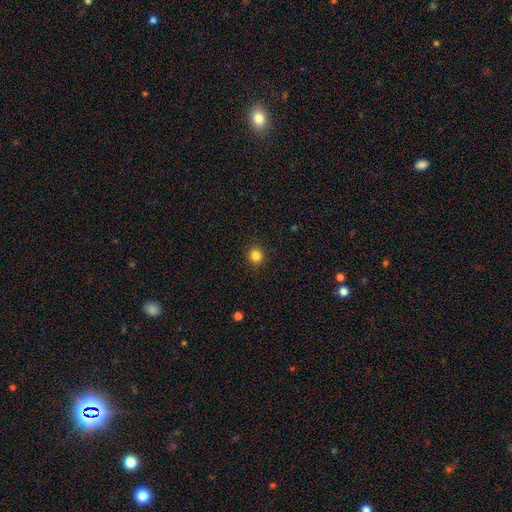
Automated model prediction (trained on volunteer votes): smooth-or-featured: smooth: 85% | star or artifact: 12% | featured or disk: 4%
  how-rounded: round: 88% | in between: 11% | cigar-shaped: 1%
  merging: none: 91% | minor disturbance: 6% | major disturbance: 2% | merger: 1%